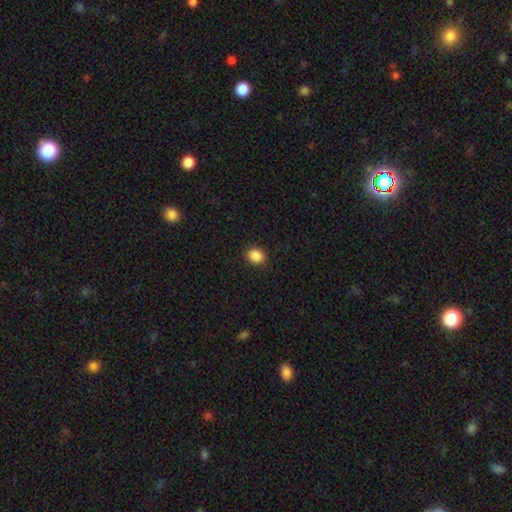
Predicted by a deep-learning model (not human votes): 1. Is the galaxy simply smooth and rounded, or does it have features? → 89% smooth, 9% star or artifact, 2% featured or disk.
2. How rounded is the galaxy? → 61% round, 38% in between, 1% cigar-shaped.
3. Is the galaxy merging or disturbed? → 91% none, 6% minor disturbance, 2% major disturbance, 1% merger.